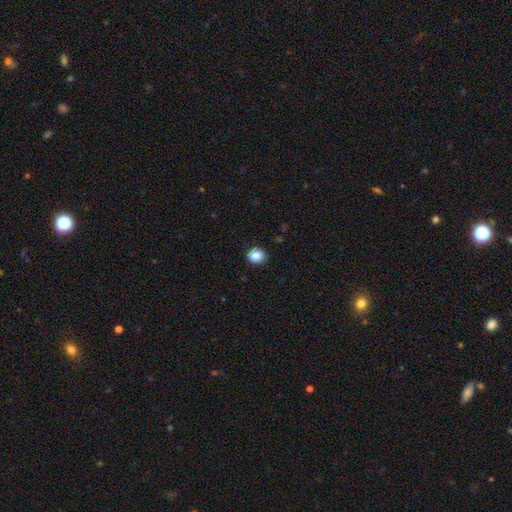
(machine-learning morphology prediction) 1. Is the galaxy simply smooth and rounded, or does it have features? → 87% smooth, 10% star or artifact, 4% featured or disk.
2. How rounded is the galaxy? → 73% round, 26% in between, 1% cigar-shaped.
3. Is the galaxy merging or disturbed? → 89% none, 8% minor disturbance, 2% major disturbance, 1% merger.